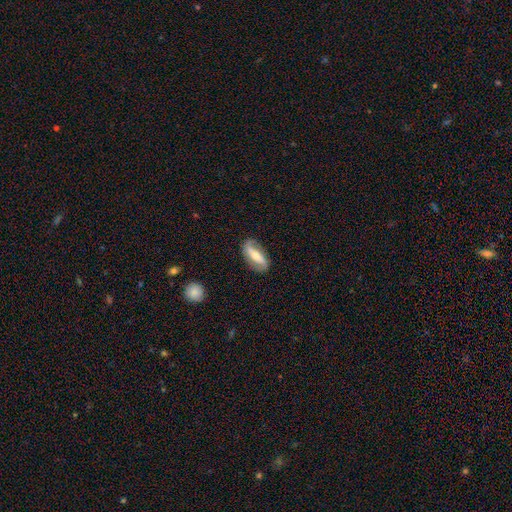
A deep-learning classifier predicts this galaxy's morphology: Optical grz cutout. It shows a featured or disk galaxy (67%) with a strong bar (58%), spiral arms (80%) and a moderate central bulge (57%). Merging: none (79%).